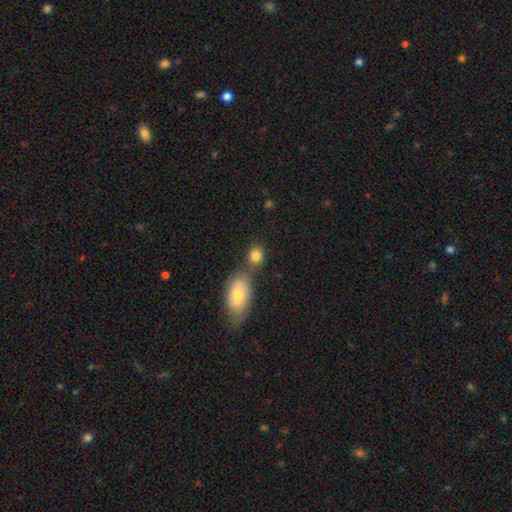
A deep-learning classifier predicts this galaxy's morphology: Smooth or featured: smooth — 82% (star or artifact — 9%)
How rounded: in between — 50% (round — 48%)
Merging: none — 51% (merger — 34%)